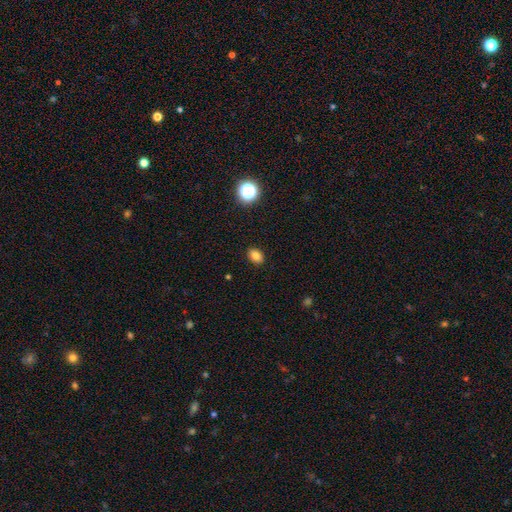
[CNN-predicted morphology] smooth_or_featured: smooth (p=0.81) [alt: star or artifact p=0.13]
how_rounded: in between (p=0.75) [alt: round p=0.23]
merging: none (p=0.89) [alt: minor disturbance p=0.08]